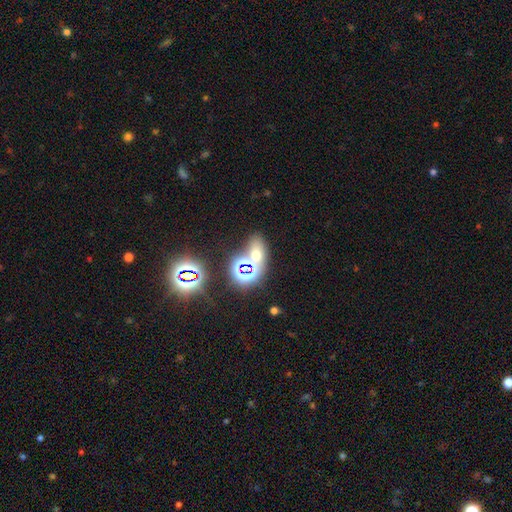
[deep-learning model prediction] smooth 49%, star or artifact 37%, featured or disk 14%. Down the decision tree: merging — none (59%).